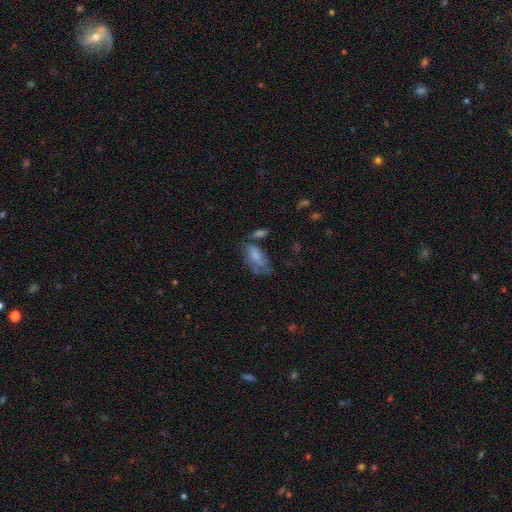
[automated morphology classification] Smooth or featured? smooth (69%)
How rounded? in between (88%)
Merging? none (36%)